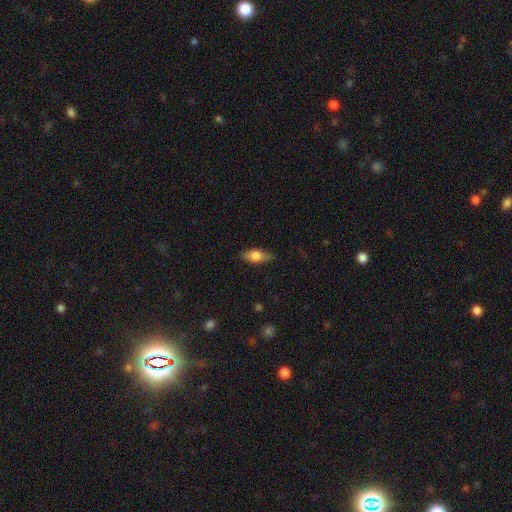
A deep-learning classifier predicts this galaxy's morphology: Smooth or featured?
  - smooth: 68% *
  - featured or disk: 25%
  - star or artifact: 7%
How rounded?
  - in between: 79% *
  - cigar-shaped: 16%
  - round: 5%
Merging?
  - none: 80% *
  - minor disturbance: 15%
  - major disturbance: 3%
  - merger: 1%